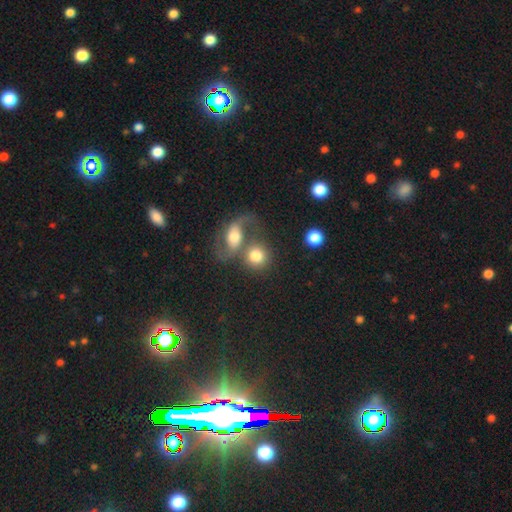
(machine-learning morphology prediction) smooth_or_featured: smooth (p=0.68) [alt: featured or disk p=0.23]
how_rounded: round (p=0.76) [alt: in between p=0.22]
merging: merger (p=0.50) [alt: none p=0.33]